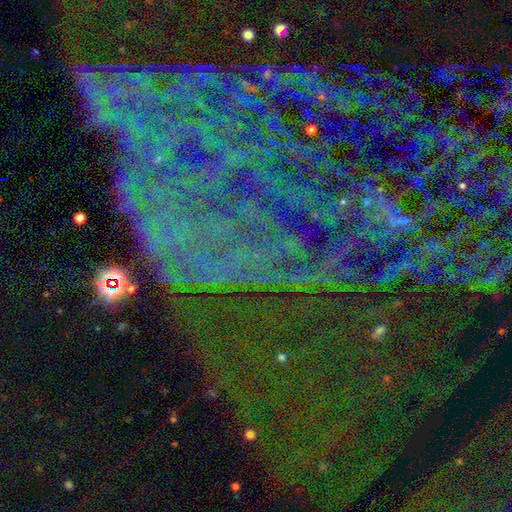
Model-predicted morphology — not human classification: This appears to be a star or artifact, not a galaxy (79%).